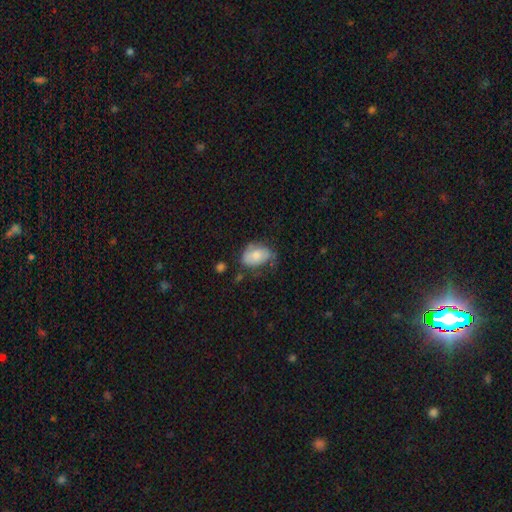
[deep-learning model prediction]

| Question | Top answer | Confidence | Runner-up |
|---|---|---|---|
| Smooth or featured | smooth | 70% | featured or disk (23%) |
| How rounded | in between | 84% | round (15%) |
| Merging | none | 48% | minor disturbance (34%) |